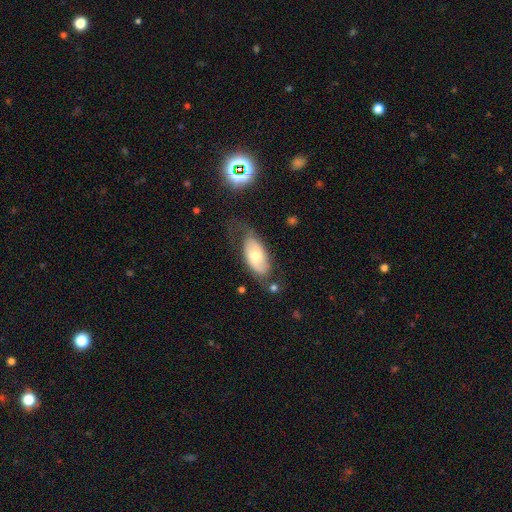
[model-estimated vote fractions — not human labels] A smooth galaxy with no disk features (54%) that is in between round and cigar-shaped (91%). Merging: none (52%).